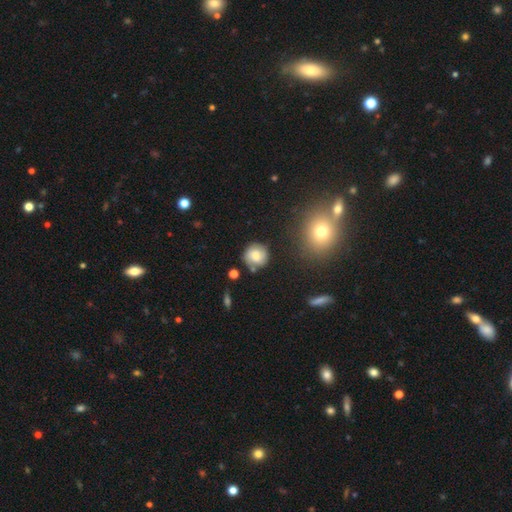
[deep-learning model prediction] smooth_or_featured: smooth (p=0.66) [alt: featured or disk p=0.25]
how_rounded: round (p=0.88) [alt: in between p=0.11]
merging: none (p=0.73) [alt: minor disturbance p=0.16]